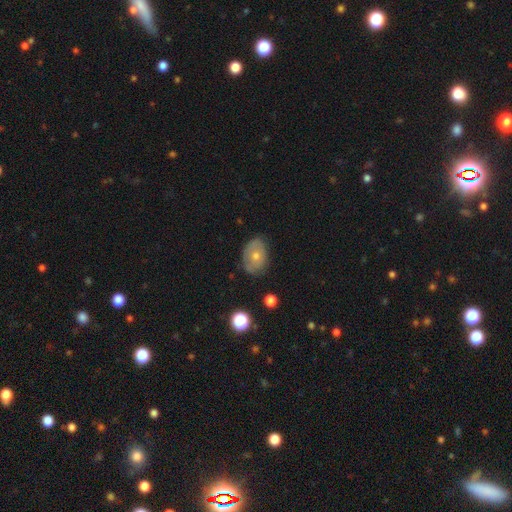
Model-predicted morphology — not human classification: The model was most divided on "smooth or featured": smooth: 59%, featured or disk: 32%, star or artifact: 9%. More confident: how rounded — in between (72%); merging — none (70%).